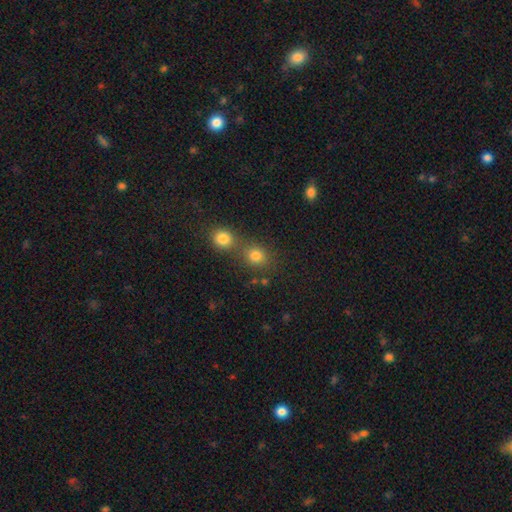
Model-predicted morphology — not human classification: smooth_or_featured: smooth (p=0.79) [alt: star or artifact p=0.15]
how_rounded: round (p=0.80) [alt: in between p=0.18]
merging: none (p=0.52) [alt: merger p=0.37]